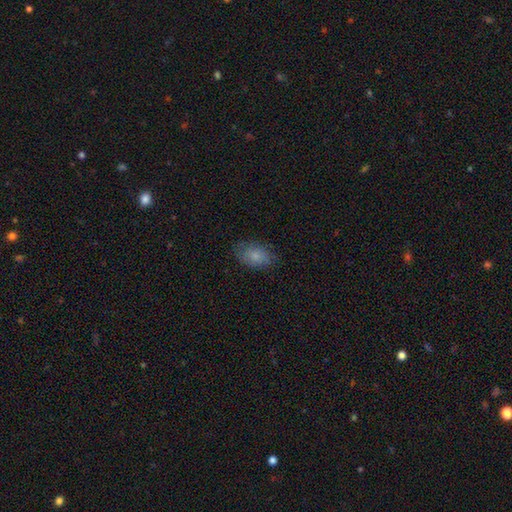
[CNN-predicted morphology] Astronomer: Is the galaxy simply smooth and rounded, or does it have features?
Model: smooth — 79%.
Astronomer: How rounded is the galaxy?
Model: in between — 84%.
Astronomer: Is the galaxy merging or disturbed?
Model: none — 75%.